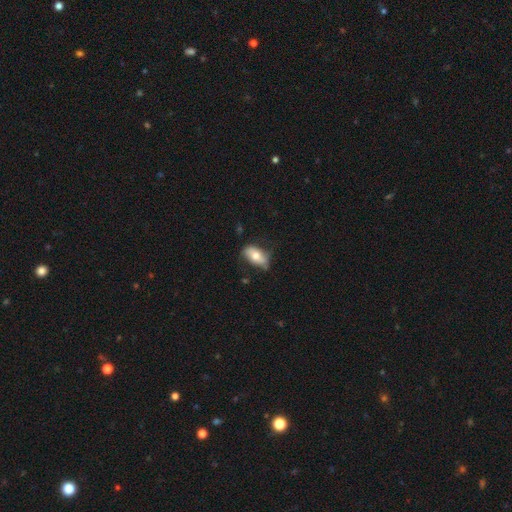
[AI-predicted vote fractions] smooth_or_featured: smooth (p=0.64) [alt: featured or disk p=0.29]
how_rounded: in between (p=0.91) [alt: round p=0.05]
merging: none (p=0.62) [alt: minor disturbance p=0.28]